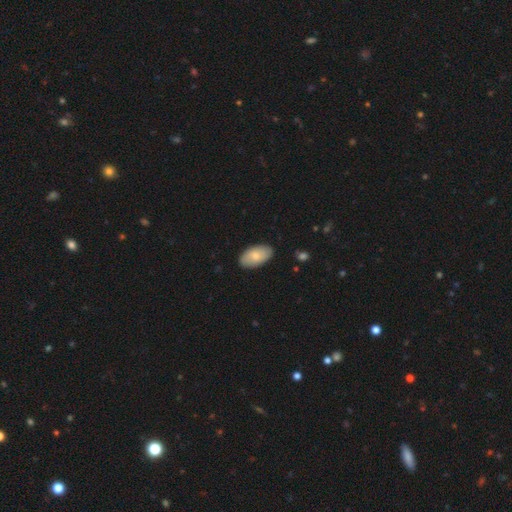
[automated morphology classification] Q: Smooth or featured?
A: smooth (77%); runner-up: featured or disk (17%)
Q: How rounded?
A: in between (95%); runner-up: round (3%)
Q: Merging?
A: none (86%); runner-up: minor disturbance (11%)